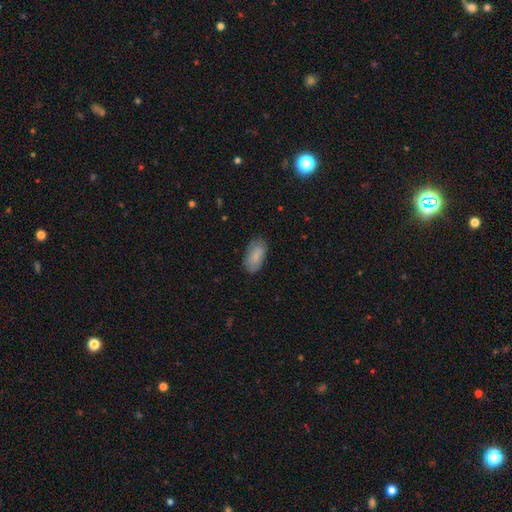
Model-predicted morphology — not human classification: This is clearly a smooth galaxy (83%). How rounded: clearly in between (93%). Merging: likely none (80%).